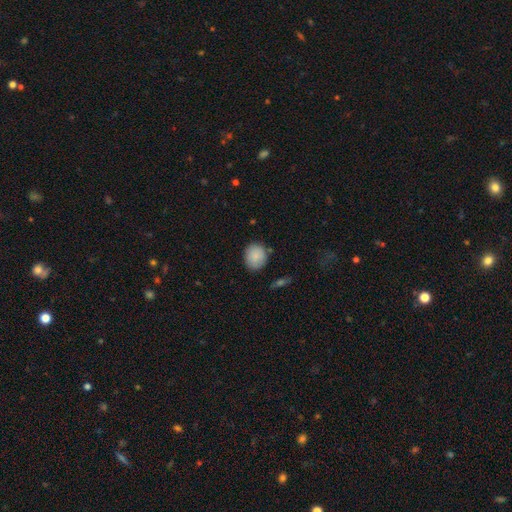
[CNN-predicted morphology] smooth 87%, star or artifact 7%, featured or disk 6%. Down the decision tree: how rounded — round (69%); merging — none (81%).